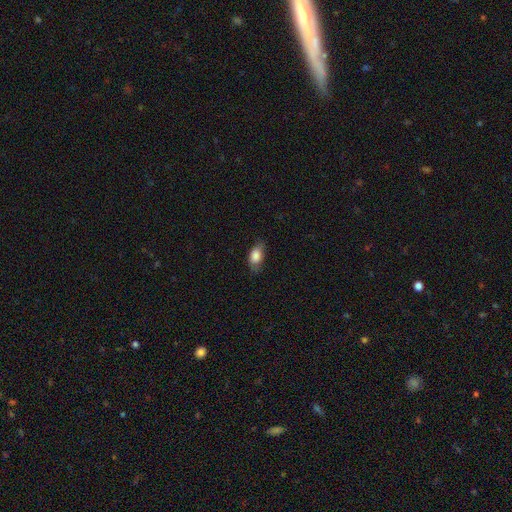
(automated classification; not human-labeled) Morphology: type=smooth (82%); roundness=in between (87%); merging=none (68%).